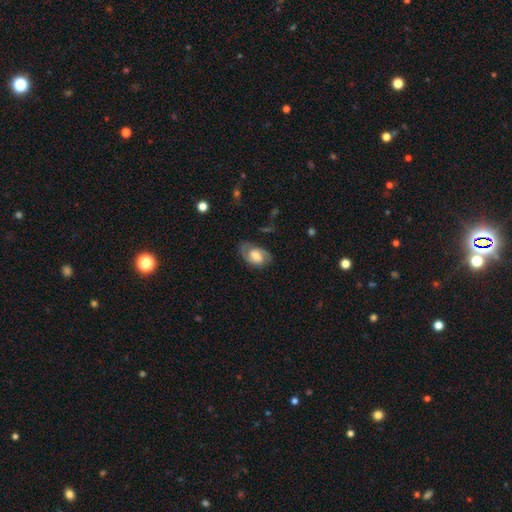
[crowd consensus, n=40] smooth-or-featured: featured or disk: 62% | smooth: 35% | star or artifact: 2%
  disk-edge-on: no: 100% | yes: 0%
    bar: weak: 48% | no: 40% | strong: 12%
    has-spiral-arms: yes: 92% | no: 8%
      spiral-winding: medium: 57% | tight: 35% | loose: 9%
      spiral-arm-count: 2: 83% | 3: 9% | 4: 4% | can't tell: 4% | 1: 0% | more than 4: 0%
    bulge-size: moderate: 32% | small: 28% | large: 16% | none: 16% | dominant: 8%
  merging: none: 64% | minor disturbance: 18% | major disturbance: 15% | merger: 3%